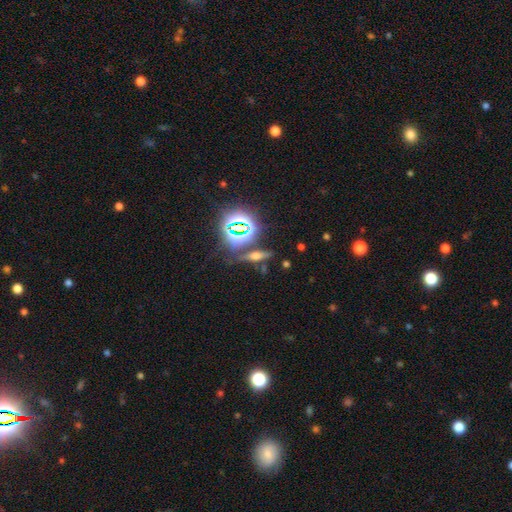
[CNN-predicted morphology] Smooth or featured?
  - featured or disk: 44% *
  - star or artifact: 29%
  - smooth: 27%
Merging?
  - none: 80% *
  - minor disturbance: 10%
  - merger: 5%
  - major disturbance: 4%